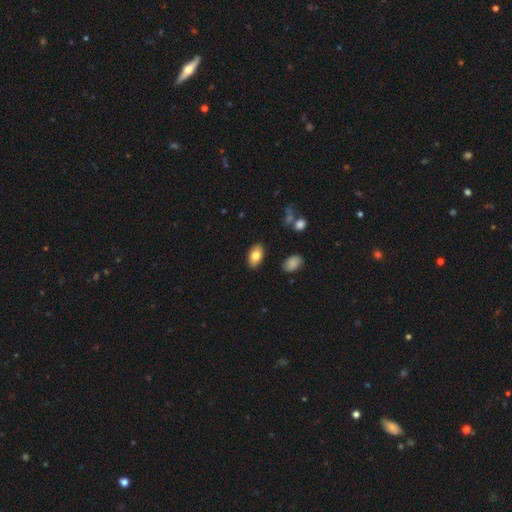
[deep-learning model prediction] Q: Smooth or featured?
A: smooth (81%); runner-up: featured or disk (12%)
Q: How rounded?
A: in between (92%); runner-up: round (7%)
Q: Merging?
A: none (88%); runner-up: minor disturbance (9%)